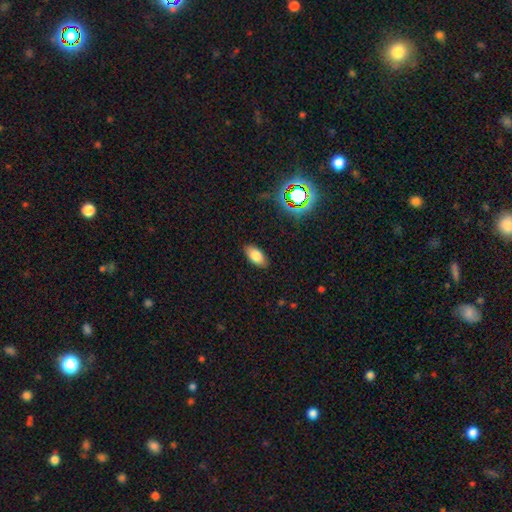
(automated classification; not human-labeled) A smooth galaxy with no disk features (80%) that is in between round and cigar-shaped (92%). Merging: none (86%).